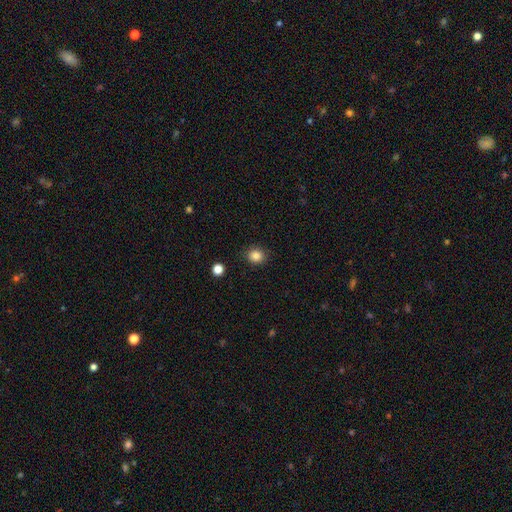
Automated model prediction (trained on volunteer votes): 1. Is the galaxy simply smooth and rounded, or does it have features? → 85% smooth, 11% star or artifact, 4% featured or disk.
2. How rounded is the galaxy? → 77% round, 22% in between, 1% cigar-shaped.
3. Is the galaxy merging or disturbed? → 88% none, 8% minor disturbance, 2% major disturbance, 2% merger.